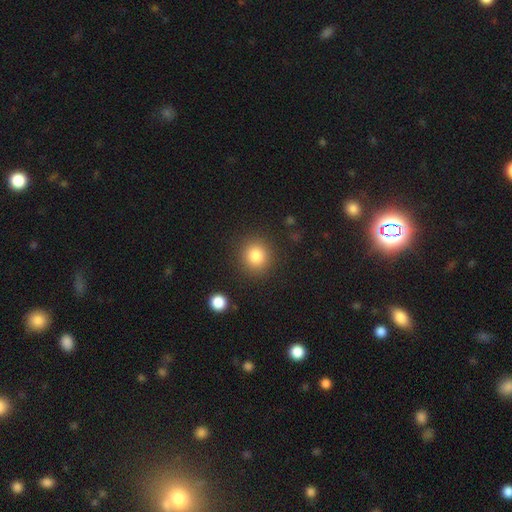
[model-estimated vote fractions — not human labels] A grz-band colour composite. It shows a smooth galaxy with no disk features (83%) that is round (90%). Merging: none (88%).